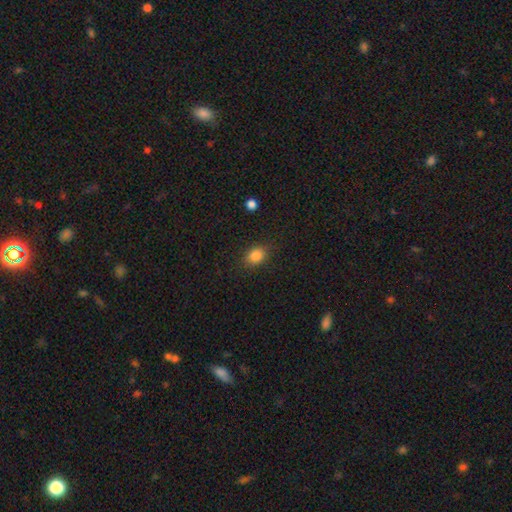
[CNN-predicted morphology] The model was most divided on "how rounded": in between: 60%, round: 38%, cigar-shaped: 2%. More confident: smooth or featured — smooth (84%); merging — none (83%).